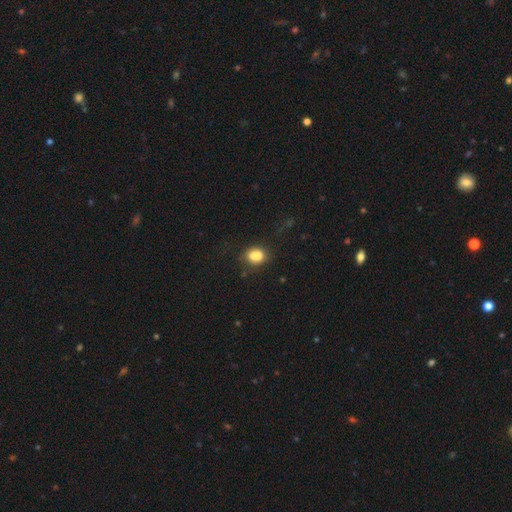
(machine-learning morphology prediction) A smooth galaxy with no disk features (78%) that is round (54%).

Vote fractions:
- Smooth or featured? smooth: 78% / featured or disk: 11% / star or artifact: 11%
- How rounded? round: 54% / in between: 45% / cigar-shaped: 1%
- Merging? none: 51% / merger: 25% / minor disturbance: 17% / major disturbance: 6%